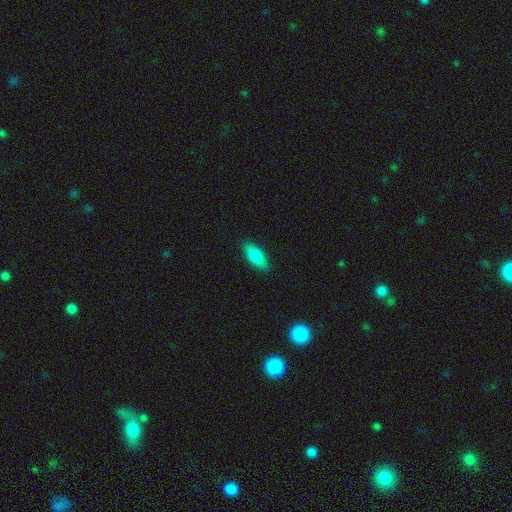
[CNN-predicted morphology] This is likely a smooth galaxy (79%). How rounded: likely in between (76%). Merging: clearly none (88%).